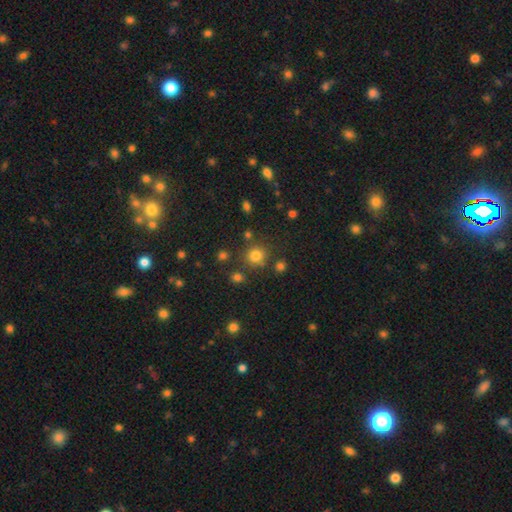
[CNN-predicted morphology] Q: Smooth or featured?
A: smooth (77%); runner-up: star or artifact (16%)
Q: How rounded?
A: round (90%); runner-up: in between (9%)
Q: Merging?
A: none (79%); runner-up: minor disturbance (10%)